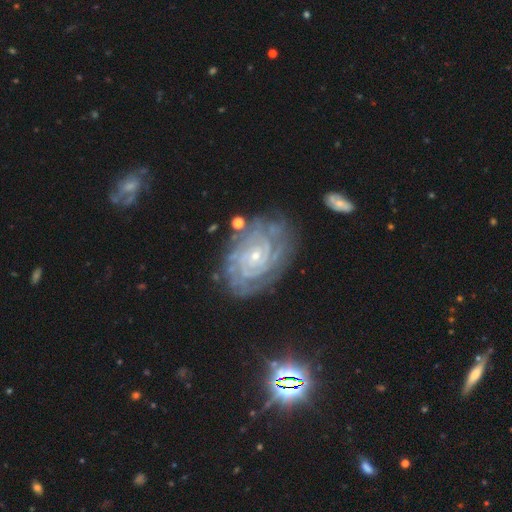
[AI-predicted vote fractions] The model was most divided on "spiral arm count": can't tell: 32%, 4: 18%, 2: 17%, 3: 15%, more than 4: 12%, 1: 7%. More confident: edge-on disk — no (97%); spiral arms — yes (97%); smooth or featured — featured or disk (88%); bulge size — small (82%); spiral winding — tight (81%); bar — no (74%); merging — none (72%).